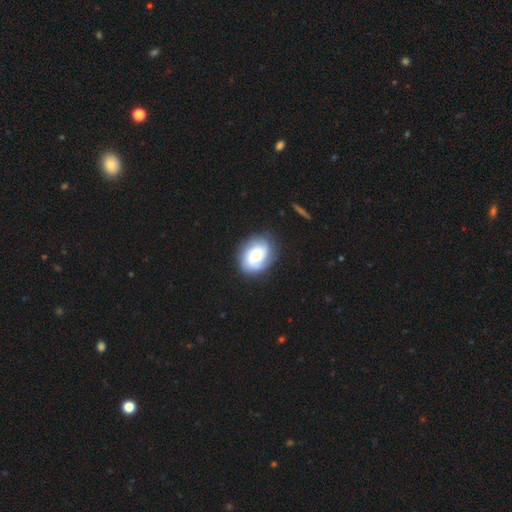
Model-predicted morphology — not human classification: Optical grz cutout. It shows a featured or disk galaxy (57%) with no bar (64%), spiral arms (89%) and a moderate central bulge (55%). Merging: none (79%).